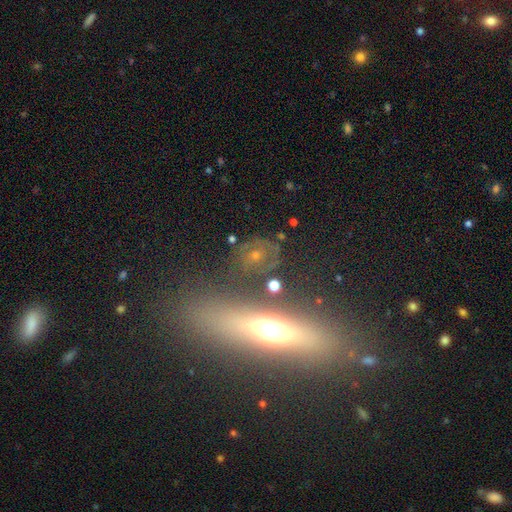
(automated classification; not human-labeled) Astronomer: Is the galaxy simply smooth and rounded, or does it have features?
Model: featured or disk — 45% (runner-up: smooth, 32%).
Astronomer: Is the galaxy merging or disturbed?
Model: none — 73%.